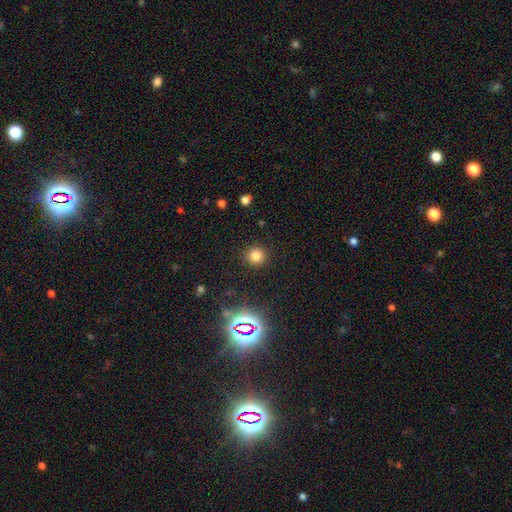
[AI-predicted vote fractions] Morphology: type=smooth (77%); roundness=round (91%); merging=none (89%).